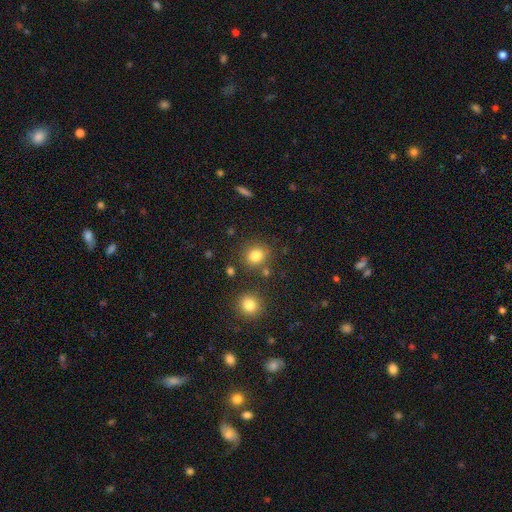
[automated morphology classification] Overall: smooth (82%). How rounded: round (82%). Merging: none (80%).